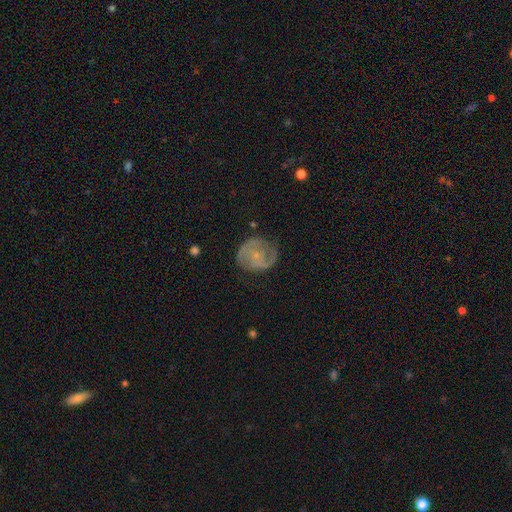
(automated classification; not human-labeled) A featured or disk galaxy (72%) with no bar (67%), 2 (63%) medium (44%) spiral arms (85%) and a small central bulge (75%). Merging: none (65%).